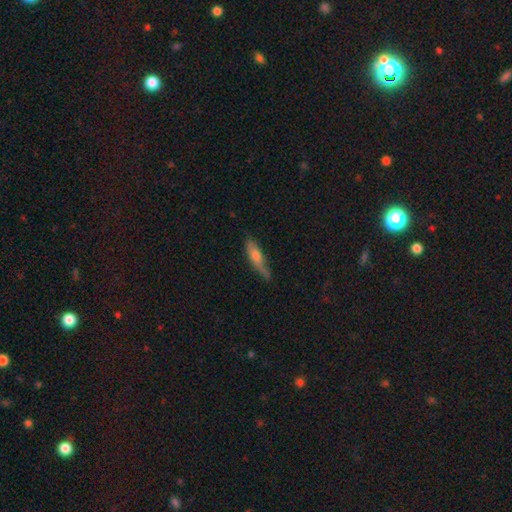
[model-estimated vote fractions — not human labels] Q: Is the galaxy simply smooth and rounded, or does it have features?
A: smooth — 52%.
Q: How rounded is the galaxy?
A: cigar-shaped — 79%.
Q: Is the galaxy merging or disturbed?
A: none — 65%.